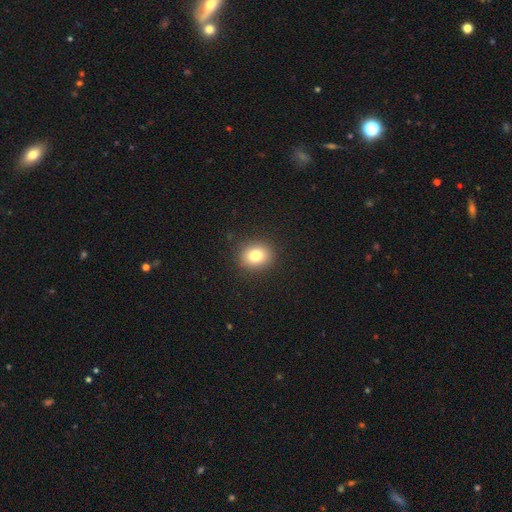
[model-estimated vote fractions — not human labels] A smooth galaxy with no disk features (80%) that is round (70%). Merging: none (90%).